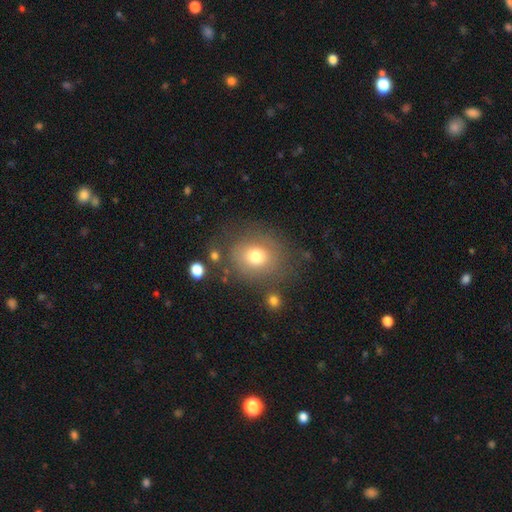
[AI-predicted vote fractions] smooth 71%, featured or disk 16%, star or artifact 12%. Down the decision tree: how rounded — round (69%); merging — none (72%).